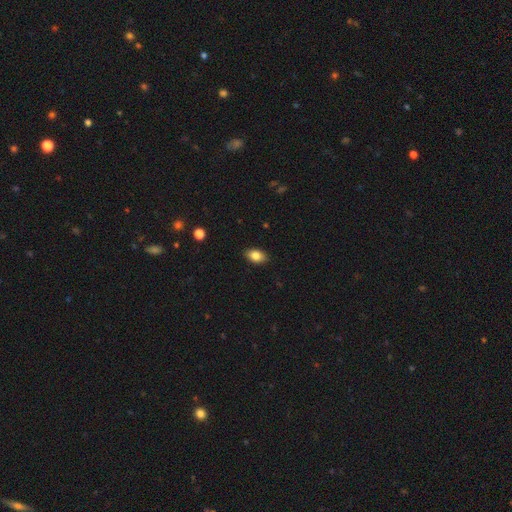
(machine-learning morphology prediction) Overall: smooth (83%). How rounded: in between (89%). Merging: none (89%).